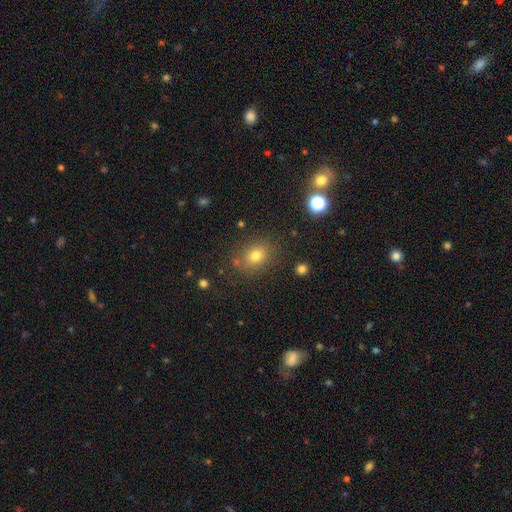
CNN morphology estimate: type=smooth (74%); roundness=round (50%); merging=none (80%).